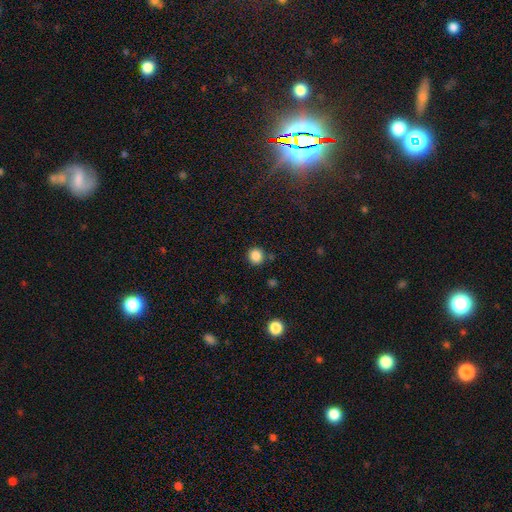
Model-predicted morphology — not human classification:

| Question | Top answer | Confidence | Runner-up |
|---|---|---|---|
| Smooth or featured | smooth | 86% | star or artifact (11%) |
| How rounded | round | 92% | in between (7%) |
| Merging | none | 87% | minor disturbance (8%) |